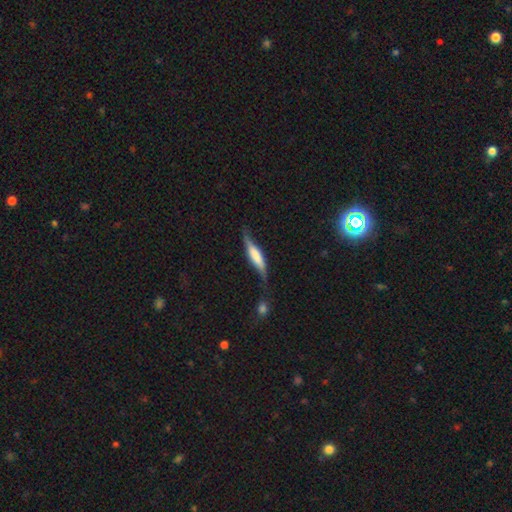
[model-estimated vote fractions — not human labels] Morphology: type=featured or disk (48%); merging=none (49%).